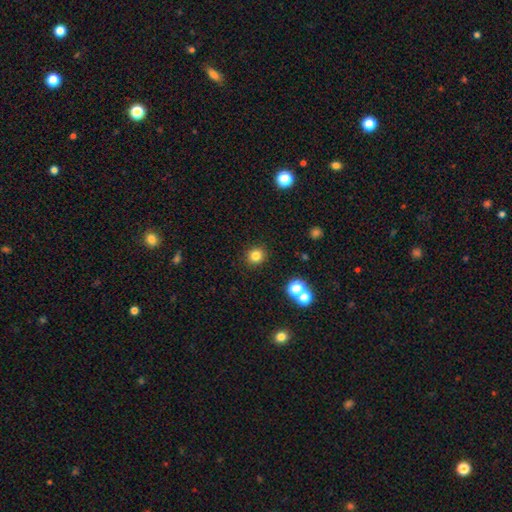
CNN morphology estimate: smooth_or_featured: smooth (p=0.80) [alt: star or artifact p=0.14]
how_rounded: round (p=0.89) [alt: in between p=0.10]
merging: none (p=0.90) [alt: minor disturbance p=0.06]